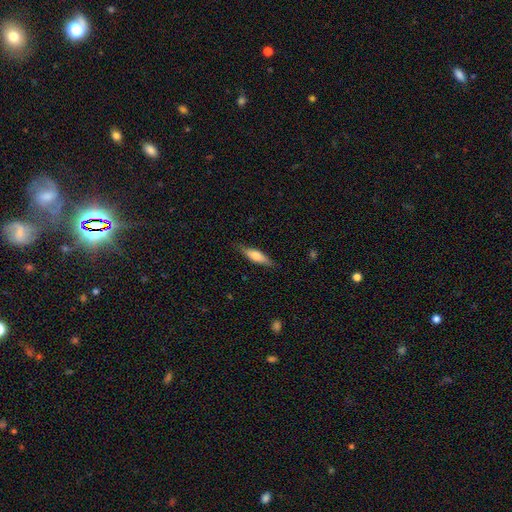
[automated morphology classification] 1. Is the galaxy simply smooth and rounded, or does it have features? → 59% smooth, 35% featured or disk, 6% star or artifact.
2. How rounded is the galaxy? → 62% cigar-shaped, 36% in between, 2% round.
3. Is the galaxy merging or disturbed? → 82% none, 14% minor disturbance, 3% major disturbance, 1% merger.